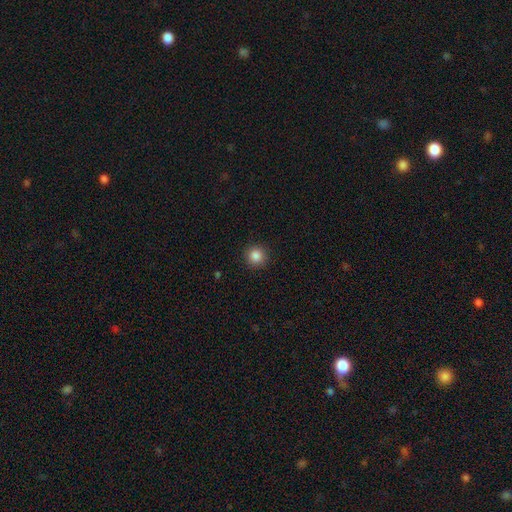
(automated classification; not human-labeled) Q: Smooth or featured?
A: smooth (86%); runner-up: star or artifact (11%)
Q: How rounded?
A: round (94%); runner-up: in between (5%)
Q: Merging?
A: none (92%); runner-up: minor disturbance (6%)